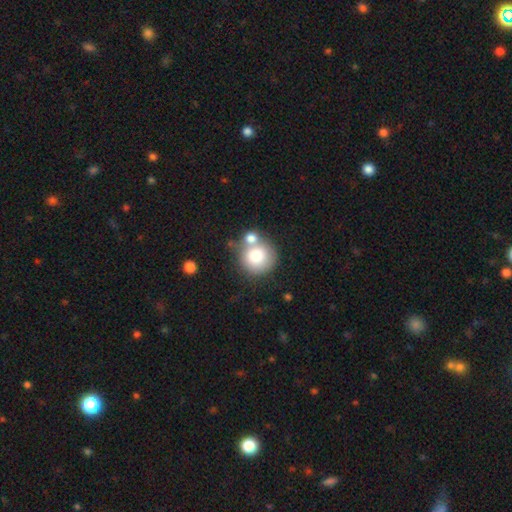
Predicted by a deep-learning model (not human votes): The model was most divided on "merging": none: 49%, merger: 35%, minor disturbance: 11%, major disturbance: 5%. More confident: how rounded — round (90%); smooth or featured — smooth (76%).